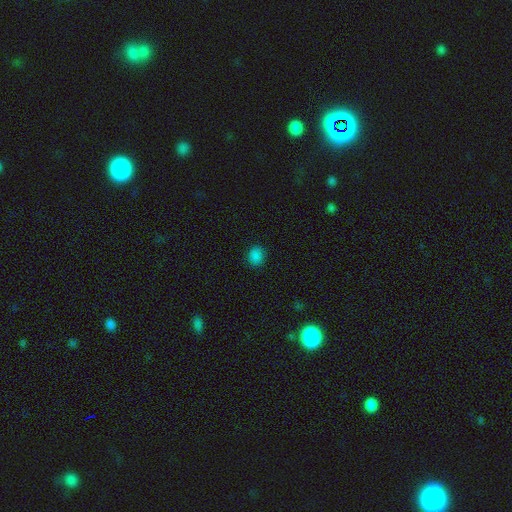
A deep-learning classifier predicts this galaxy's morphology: Smooth or featured?
  - smooth: 83% *
  - star or artifact: 15%
  - featured or disk: 3%
How rounded?
  - round: 66% *
  - in between: 33%
  - cigar-shaped: 1%
Merging?
  - none: 88% *
  - minor disturbance: 8%
  - major disturbance: 2%
  - merger: 1%